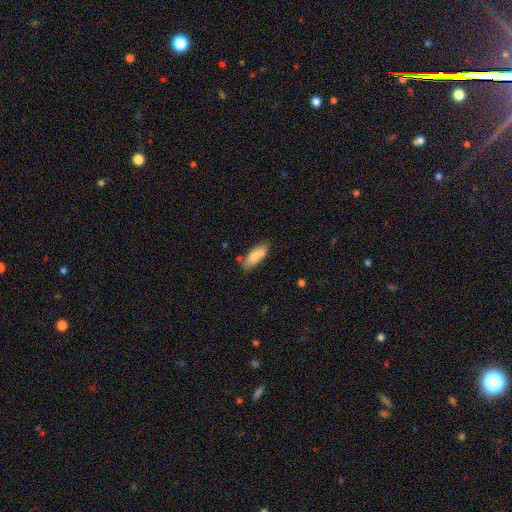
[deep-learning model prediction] This appears to be a smooth galaxy with no disk features (77%) that is in between round and cigar-shaped (70%). Merging: none (66%).